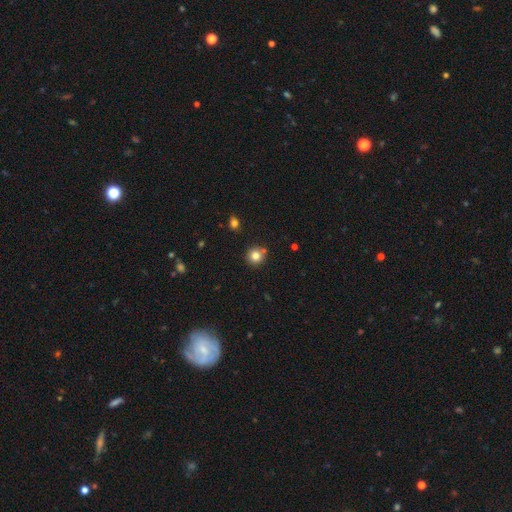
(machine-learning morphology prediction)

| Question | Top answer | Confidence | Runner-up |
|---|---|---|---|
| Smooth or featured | smooth | 81% | star or artifact (12%) |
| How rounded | round | 93% | in between (6%) |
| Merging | none | 78% | merger (10%) |